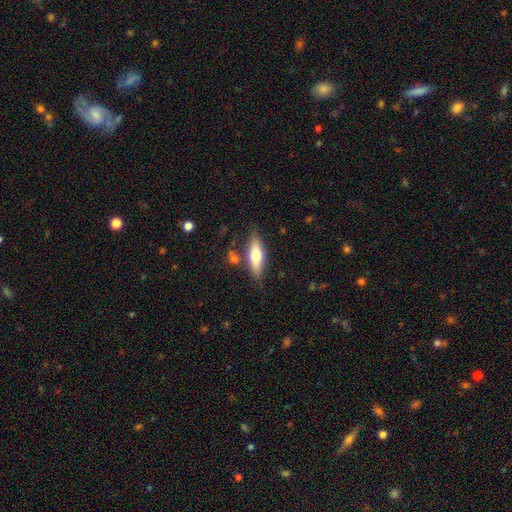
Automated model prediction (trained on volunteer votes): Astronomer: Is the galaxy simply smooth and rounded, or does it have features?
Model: smooth — 61%.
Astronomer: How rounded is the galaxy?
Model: in between — 53% (runner-up: cigar-shaped, 45%).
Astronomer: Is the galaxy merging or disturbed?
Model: none — 76%.